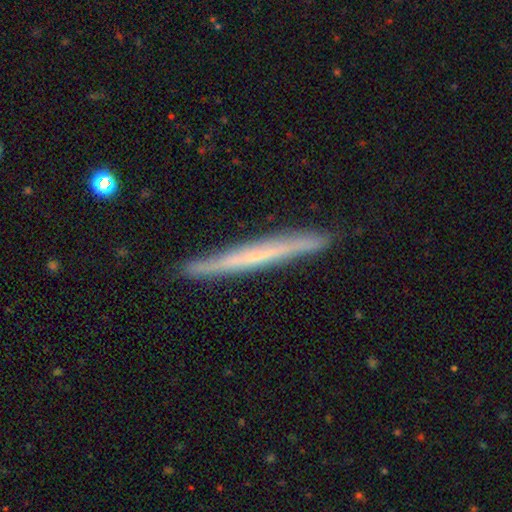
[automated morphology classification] Q: Smooth or featured?
A: featured or disk (61%); runner-up: smooth (32%)
Q: Edge-on disk?
A: yes (95%); runner-up: no (5%)
Q: Edge-on bulge?
A: none (70%); runner-up: rounded (26%)
Q: Merging?
A: none (89%); runner-up: minor disturbance (8%)